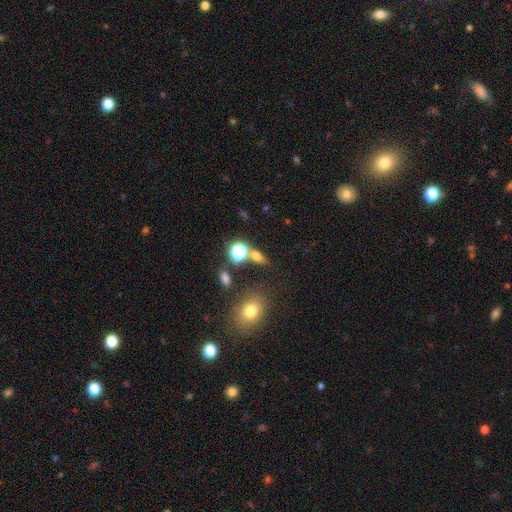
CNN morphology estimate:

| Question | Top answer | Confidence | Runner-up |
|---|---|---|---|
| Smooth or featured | smooth | 57% | star or artifact (25%) |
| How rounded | in between | 49% | round (34%) |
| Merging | none | 66% | merger (17%) |